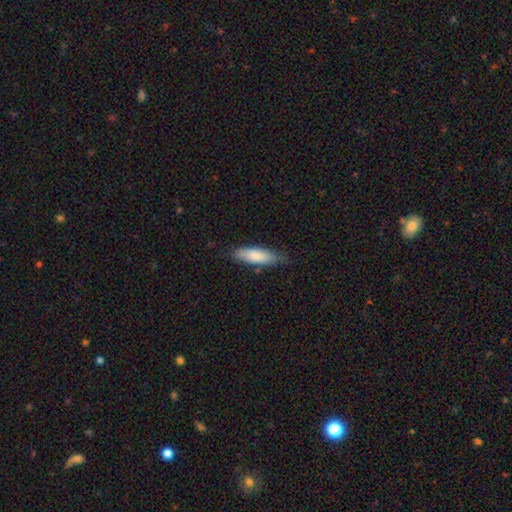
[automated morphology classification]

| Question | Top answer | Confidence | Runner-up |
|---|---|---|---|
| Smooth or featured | smooth | 84% | featured or disk (11%) |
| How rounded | cigar-shaped | 50% | in between (48%) |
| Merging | none | 71% | minor disturbance (23%) |